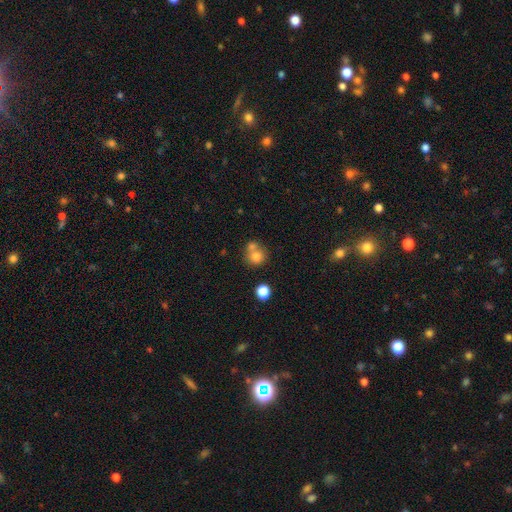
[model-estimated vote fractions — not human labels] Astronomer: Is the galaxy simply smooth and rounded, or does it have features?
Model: smooth — 75%.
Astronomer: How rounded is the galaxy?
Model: round — 85%.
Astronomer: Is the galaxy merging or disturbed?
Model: none — 44%, tied with merger at 44%.